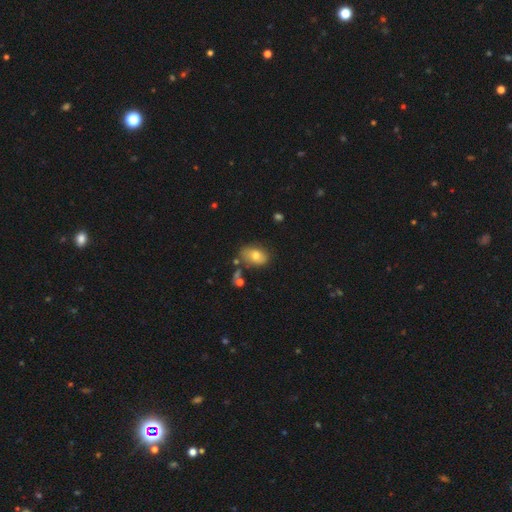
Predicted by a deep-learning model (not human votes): Smooth or featured? Predicted: smooth (p=0.74). How rounded? Predicted: in between (p=0.81). Merging? Predicted: none (p=0.64).